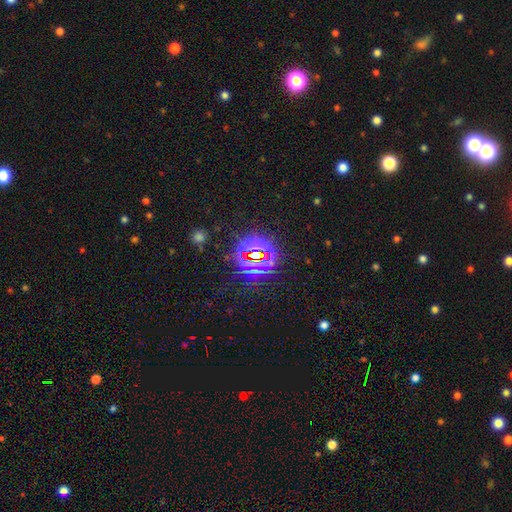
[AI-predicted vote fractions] smooth_or_featured: star or artifact (p=0.79) [alt: smooth p=0.12]